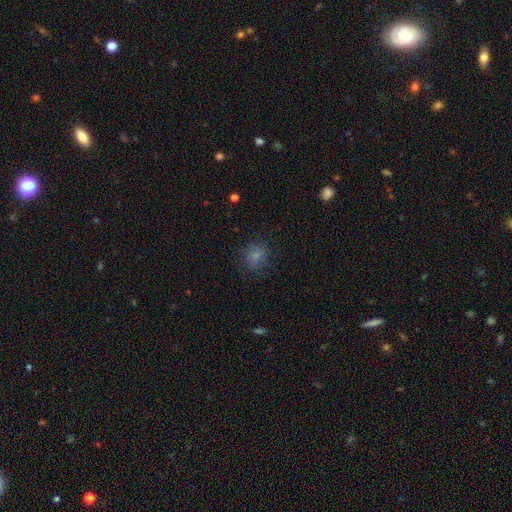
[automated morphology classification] Smooth or featured? smooth (80%)
How rounded? round (67%)
Merging? none (78%)